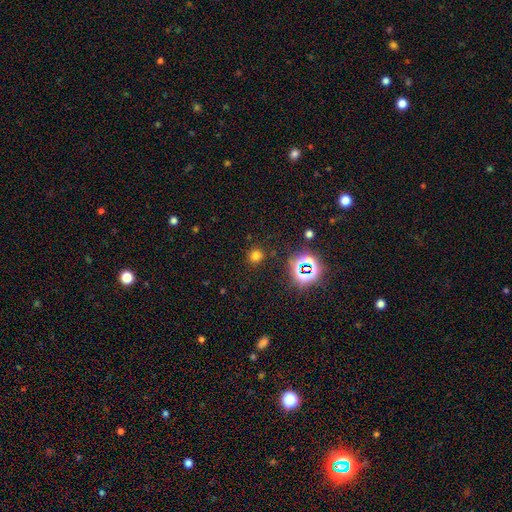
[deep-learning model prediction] Smooth or featured: smooth — 69% (star or artifact — 25%)
How rounded: round — 88% (in between — 11%)
Merging: none — 87% (minor disturbance — 8%)